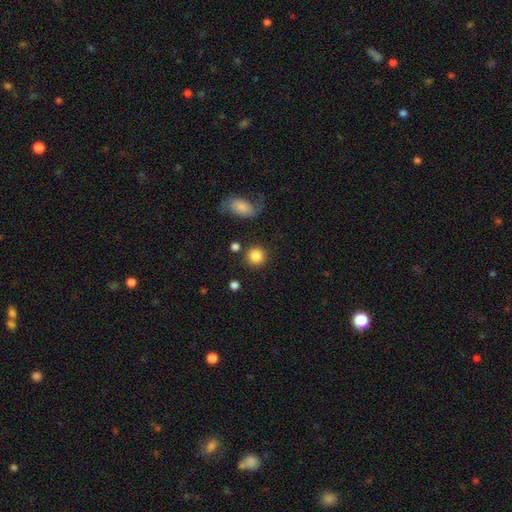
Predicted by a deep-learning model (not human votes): This appears to be a smooth galaxy with no disk features (85%) that is round (91%). Merging: none (83%).